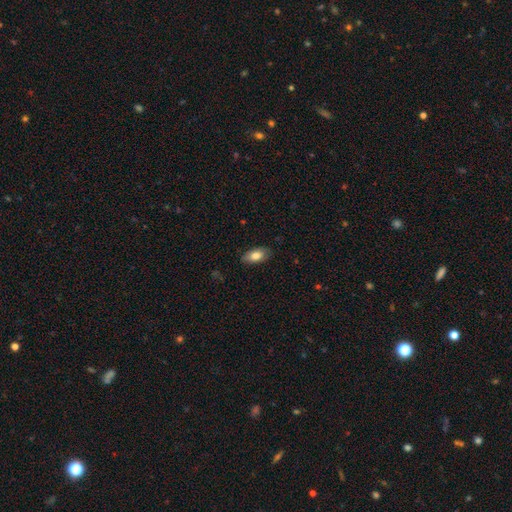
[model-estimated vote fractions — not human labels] The model was most divided on "smooth or featured": smooth: 81%, featured or disk: 12%, star or artifact: 7%. More confident: how rounded — in between (91%); merging — none (83%).